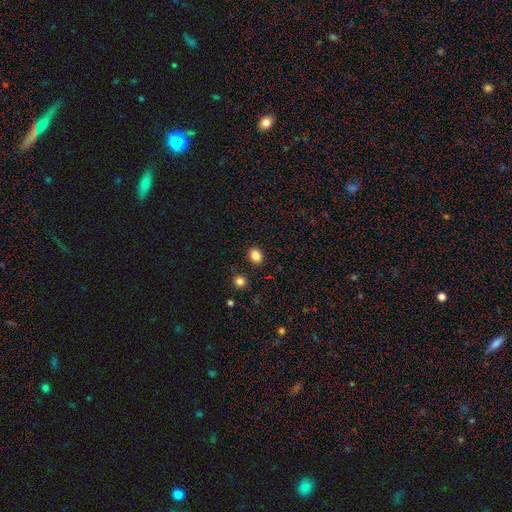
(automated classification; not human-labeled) Smooth or featured: smooth — 85% (star or artifact — 11%)
How rounded: round — 56% (in between — 43%)
Merging: none — 89% (minor disturbance — 7%)